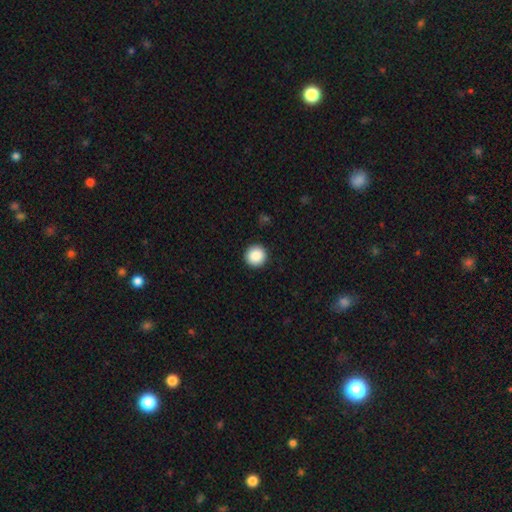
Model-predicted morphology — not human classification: type=smooth (89%); roundness=round (96%); merging=none (93%).